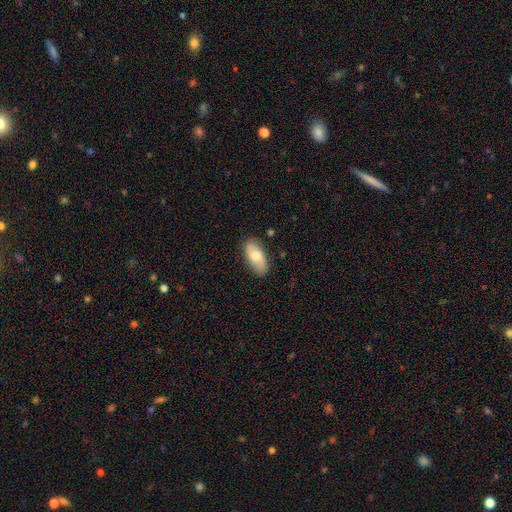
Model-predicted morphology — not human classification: This is likely a smooth galaxy (70%). How rounded: clearly in between (91%). Merging: clearly none (82%).